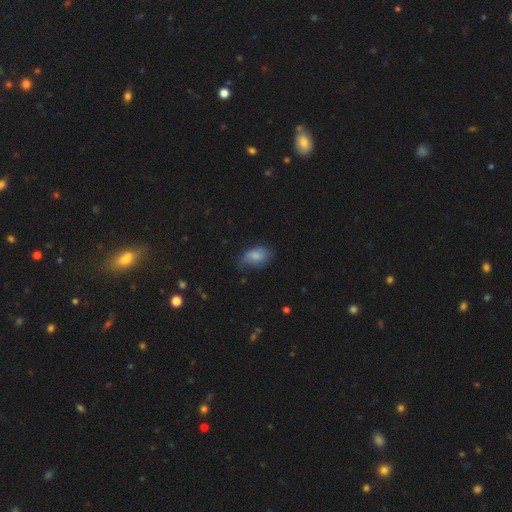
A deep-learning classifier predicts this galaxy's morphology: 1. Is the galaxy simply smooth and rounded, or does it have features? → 78% smooth, 14% featured or disk, 8% star or artifact.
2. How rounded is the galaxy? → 89% in between, 9% round, 2% cigar-shaped.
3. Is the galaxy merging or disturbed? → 56% none, 33% minor disturbance, 9% major disturbance, 2% merger.